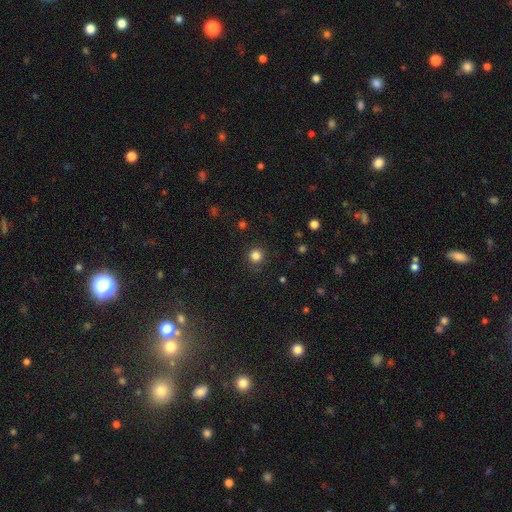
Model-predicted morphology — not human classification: A smooth galaxy with no disk features (83%) that is round (94%).

Vote fractions:
- Smooth or featured? smooth: 83% / star or artifact: 13% / featured or disk: 4%
- How rounded? round: 94% / in between: 5% / cigar-shaped: 1%
- Merging? none: 89% / minor disturbance: 7% / major disturbance: 3% / merger: 1%